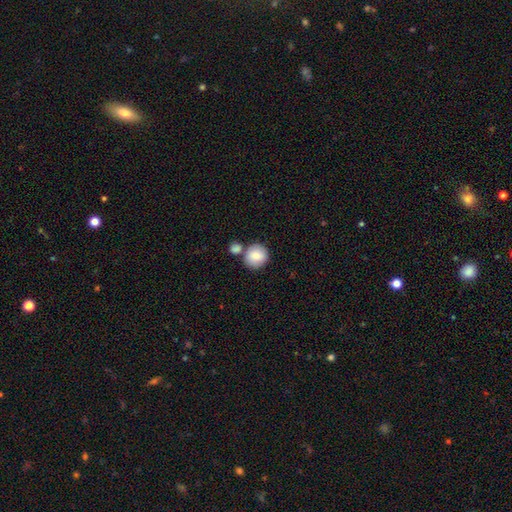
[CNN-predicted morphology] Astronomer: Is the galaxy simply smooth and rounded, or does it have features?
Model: smooth — 83%.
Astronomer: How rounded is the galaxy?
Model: round — 89%.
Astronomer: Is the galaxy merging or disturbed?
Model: none — 61%.